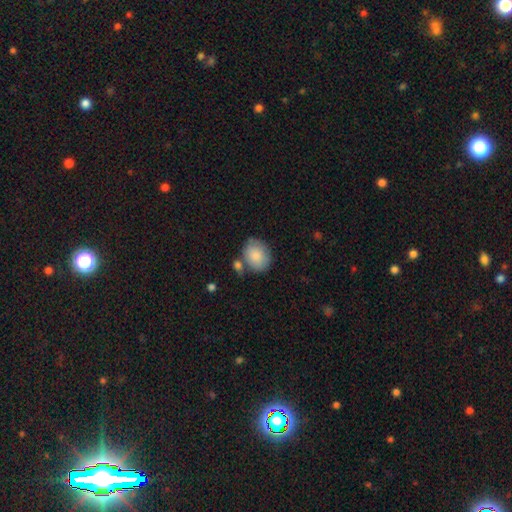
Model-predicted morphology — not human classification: A smooth galaxy with no disk features (84%) that is round (50%). Merging: none (60%).